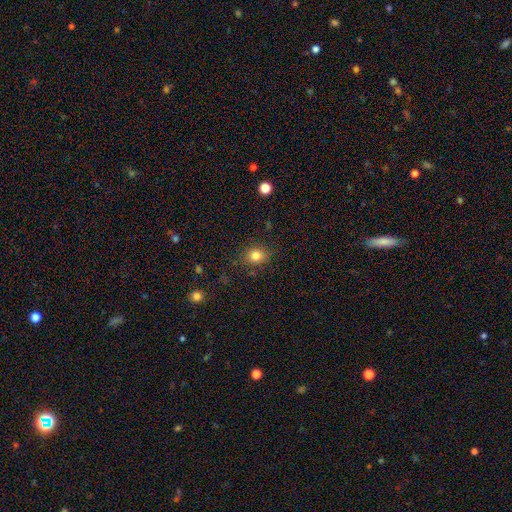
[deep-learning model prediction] Smooth or featured? Predicted: smooth (p=0.82). How rounded? Predicted: round (p=0.67). Merging? Predicted: none (p=0.83).